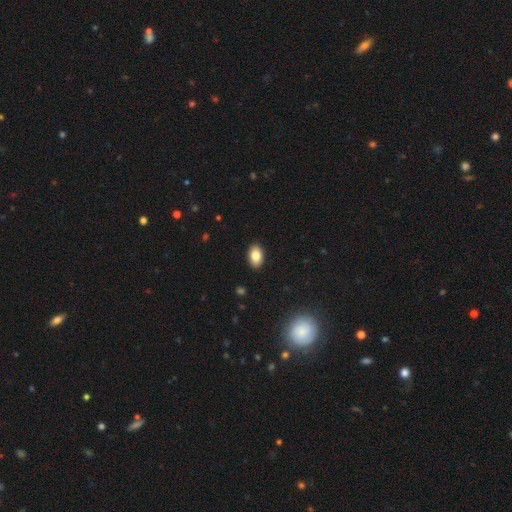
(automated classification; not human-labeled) smooth-or-featured: smooth: 83% | featured or disk: 9% | star or artifact: 8%
  how-rounded: in between: 89% | round: 10% | cigar-shaped: 1%
  merging: none: 90% | minor disturbance: 7% | major disturbance: 2% | merger: 1%